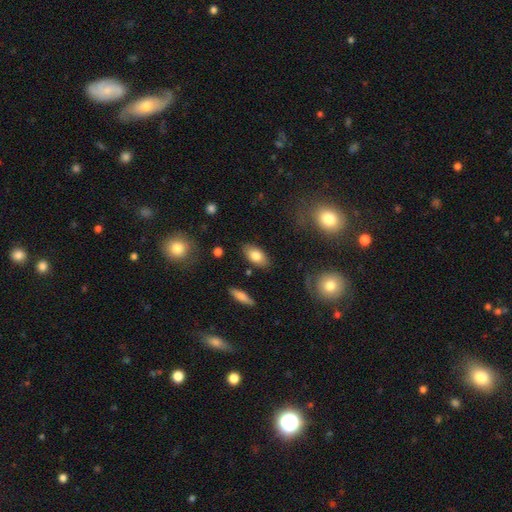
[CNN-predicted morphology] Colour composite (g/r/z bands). It shows a smooth galaxy with no disk features (78%) that is in between round and cigar-shaped (91%). Merging: none (84%).